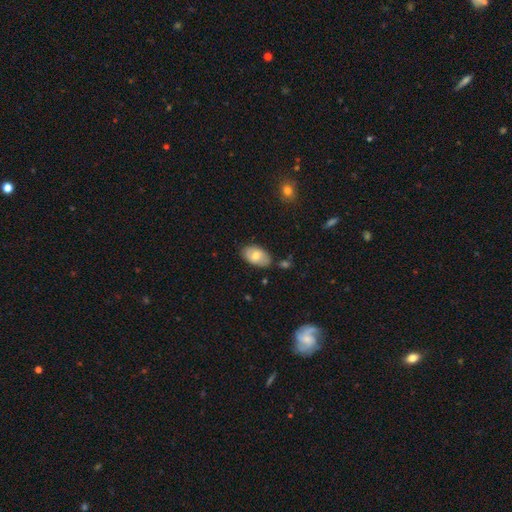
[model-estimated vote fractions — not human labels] Smooth or featured: smooth — 69% (featured or disk — 24%)
How rounded: in between — 93% (round — 6%)
Merging: none — 75% (minor disturbance — 18%)